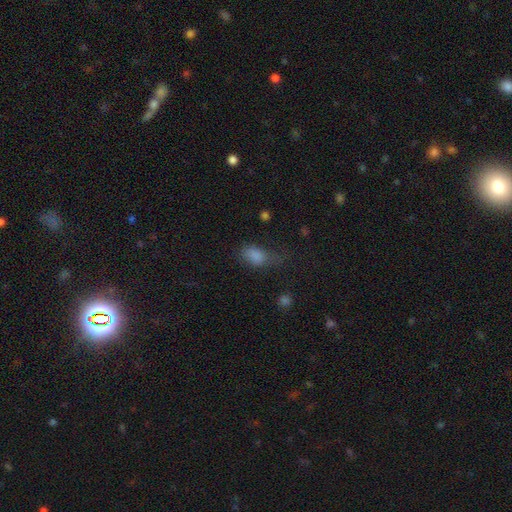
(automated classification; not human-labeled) Morphology: type=smooth (81%); roundness=in between (85%); merging=none (39%).